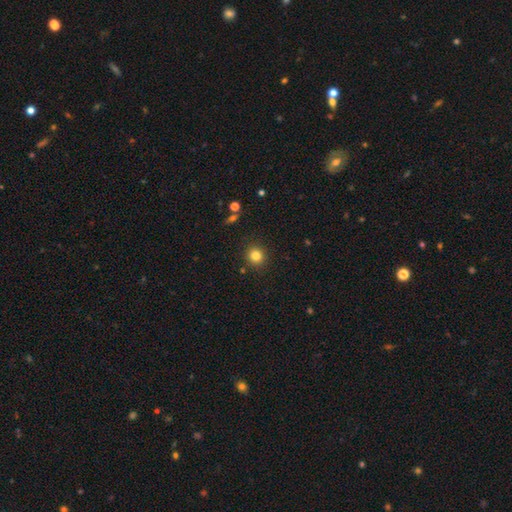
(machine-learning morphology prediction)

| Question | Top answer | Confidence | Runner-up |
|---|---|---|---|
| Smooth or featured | smooth | 82% | star or artifact (12%) |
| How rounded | round | 92% | in between (8%) |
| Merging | none | 90% | minor disturbance (6%) |